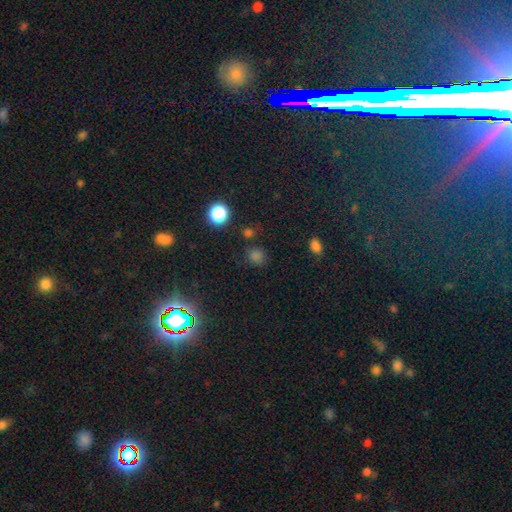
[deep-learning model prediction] A smooth galaxy with no disk features (61%) that is round (84%).

Vote fractions:
- Smooth or featured? smooth: 61% / star or artifact: 34% / featured or disk: 5%
- How rounded? round: 84% / in between: 15% / cigar-shaped: 1%
- Merging? none: 80% / minor disturbance: 11% / merger: 4% / major disturbance: 4%